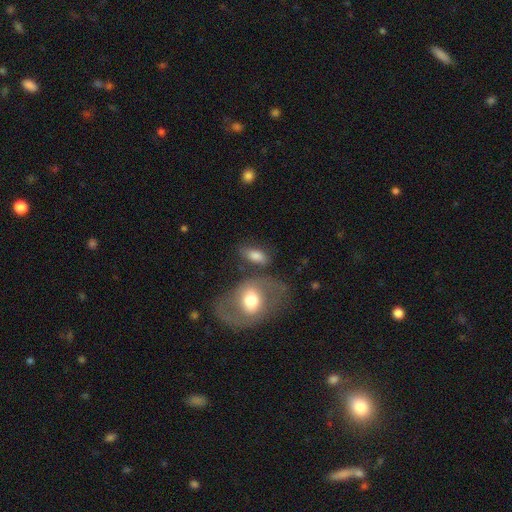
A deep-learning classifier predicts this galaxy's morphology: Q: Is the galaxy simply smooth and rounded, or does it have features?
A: smooth — 77%.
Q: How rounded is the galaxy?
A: in between — 87%.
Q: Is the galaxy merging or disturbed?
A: none — 61%.